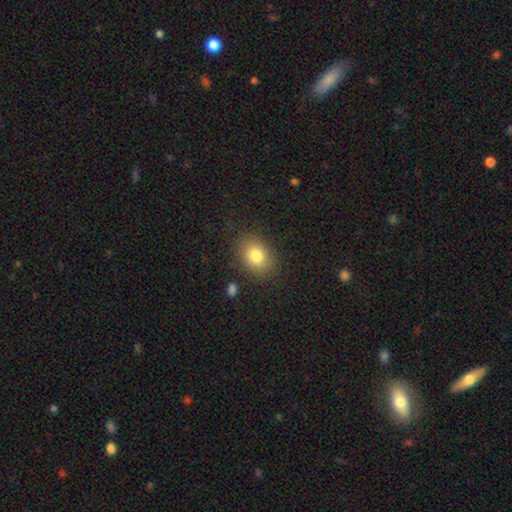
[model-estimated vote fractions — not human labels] smooth_or_featured: smooth (p=0.81) [alt: star or artifact p=0.09]
how_rounded: in between (p=0.62) [alt: round p=0.37]
merging: none (p=0.83) [alt: minor disturbance p=0.11]